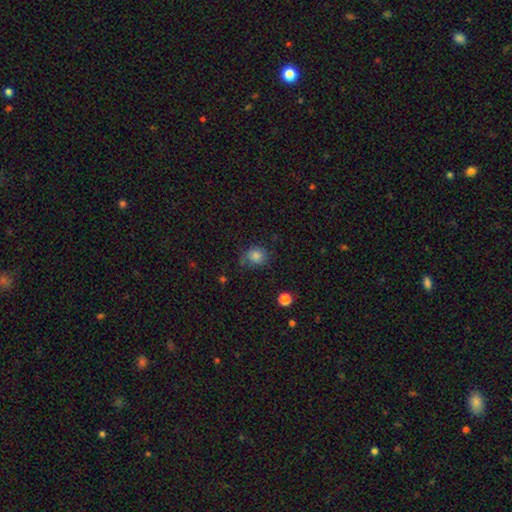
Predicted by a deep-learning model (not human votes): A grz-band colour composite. It shows a smooth galaxy with no disk features (83%) that is round (78%). Merging: none (69%).